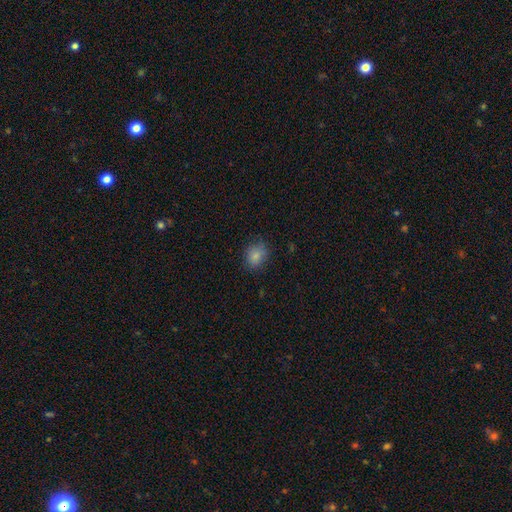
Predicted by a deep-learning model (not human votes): Smooth or featured? smooth (84%)
How rounded? round (58%)
Merging? none (78%)